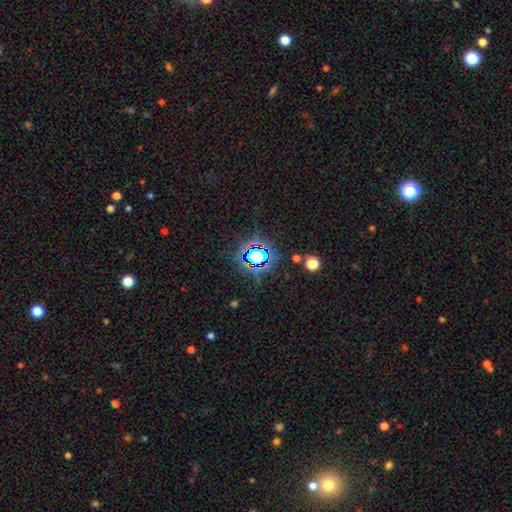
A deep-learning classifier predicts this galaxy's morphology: A star or artifact, not a galaxy (68%).